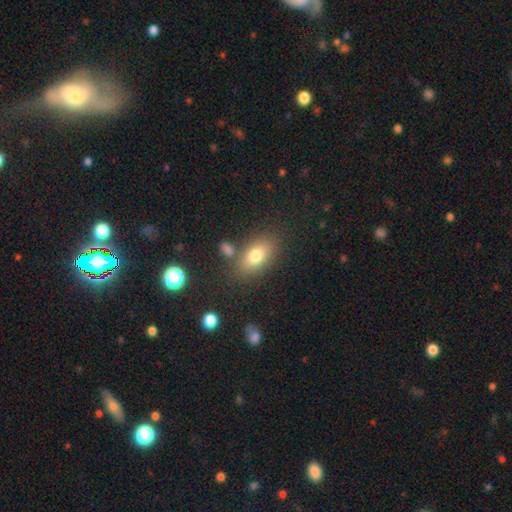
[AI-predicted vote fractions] A smooth galaxy with no disk features (76%) that is in between round and cigar-shaped (85%).

Vote fractions:
- Smooth or featured? smooth: 76% / featured or disk: 14% / star or artifact: 10%
- How rounded? in between: 85% / round: 10% / cigar-shaped: 5%
- Merging? none: 75% / minor disturbance: 12% / merger: 8% / major disturbance: 4%